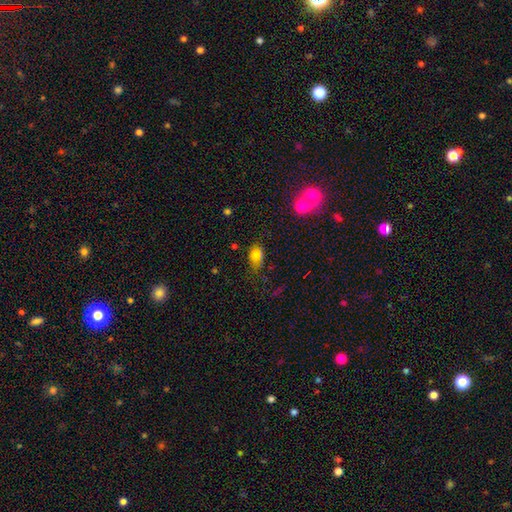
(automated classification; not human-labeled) Smooth or featured? smooth (73%)
How rounded? in between (82%)
Merging? none (55%)